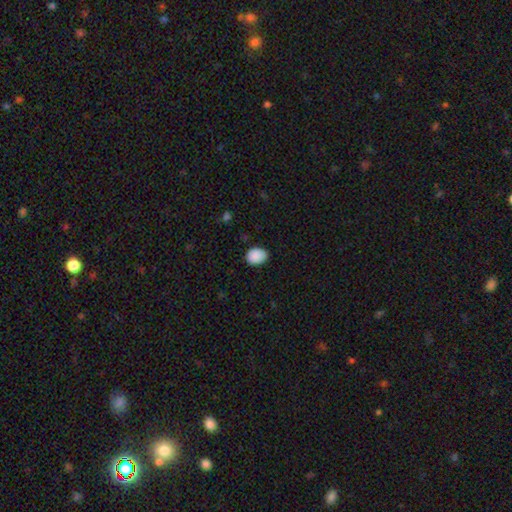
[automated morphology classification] Smooth or featured? smooth (89%)
How rounded? in between (61%)
Merging? none (82%)